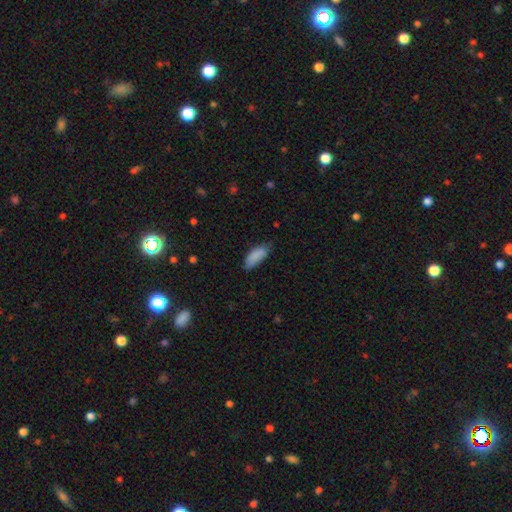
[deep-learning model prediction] Smooth or featured? Predicted: smooth (p=0.88). How rounded? Predicted: in between (p=0.80). Merging? Predicted: none (p=0.63).